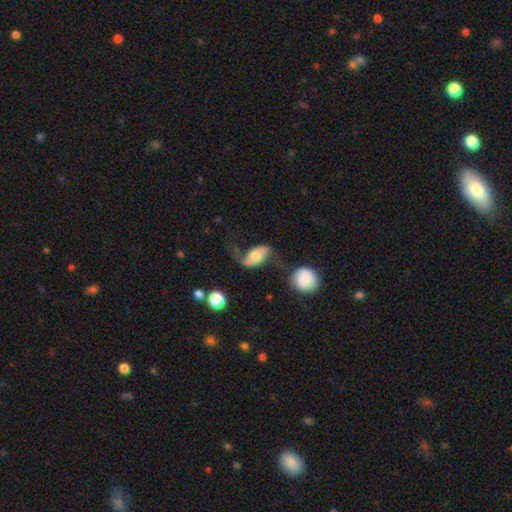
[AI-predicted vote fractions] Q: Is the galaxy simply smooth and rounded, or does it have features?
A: featured or disk — 50%.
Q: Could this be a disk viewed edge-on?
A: no — 91%.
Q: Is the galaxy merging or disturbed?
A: major disturbance — 36%.